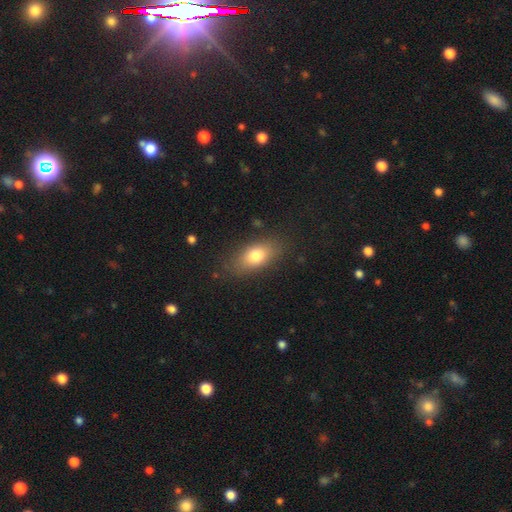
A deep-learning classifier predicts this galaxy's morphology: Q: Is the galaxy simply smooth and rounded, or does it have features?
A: smooth — 77%.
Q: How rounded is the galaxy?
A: in between — 84%.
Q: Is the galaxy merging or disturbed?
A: none — 81%.